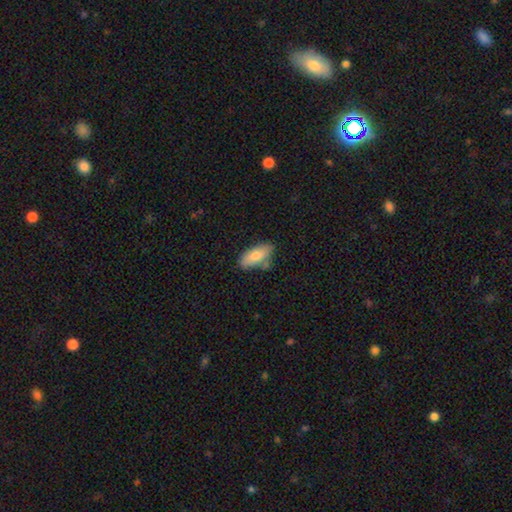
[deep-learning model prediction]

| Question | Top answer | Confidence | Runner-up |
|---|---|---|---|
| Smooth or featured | smooth | 77% | featured or disk (16%) |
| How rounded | in between | 82% | cigar-shaped (15%) |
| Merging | none | 66% | minor disturbance (22%) |